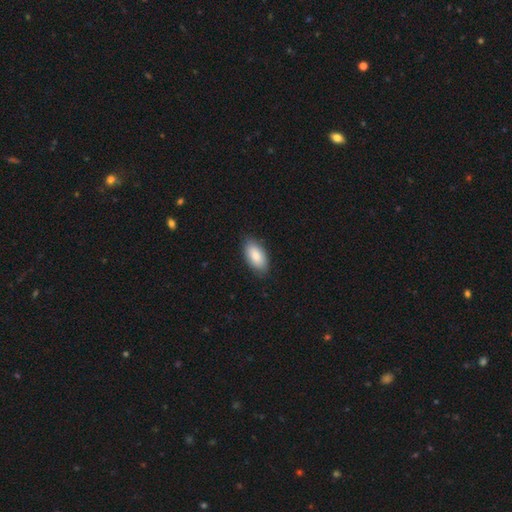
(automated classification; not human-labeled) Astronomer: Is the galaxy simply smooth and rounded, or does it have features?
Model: smooth — 84%.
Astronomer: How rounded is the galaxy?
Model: in between — 94%.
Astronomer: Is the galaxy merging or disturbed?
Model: none — 85%.